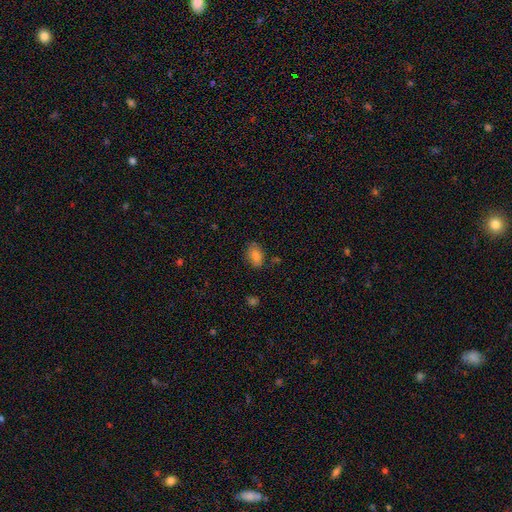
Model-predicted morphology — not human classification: Smooth or featured? smooth (80%)
How rounded? in between (82%)
Merging? none (76%)